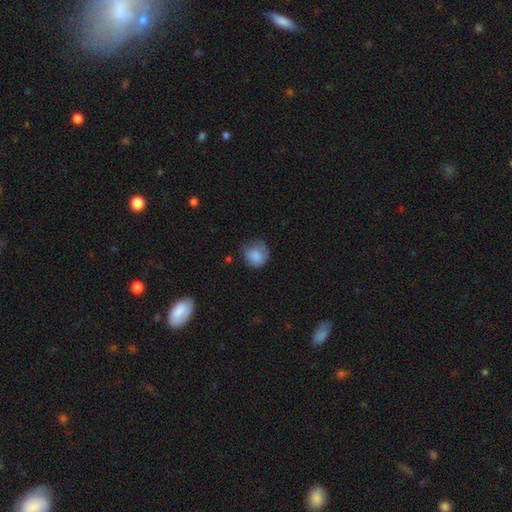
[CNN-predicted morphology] This appears to be a smooth galaxy with no disk features (83%) that is round (85%). Merging: none (60%).